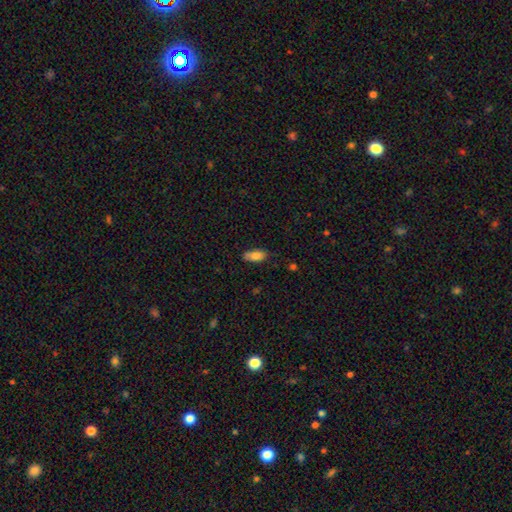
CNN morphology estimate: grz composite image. It shows a smooth galaxy with no disk features (83%) that is in between round and cigar-shaped (85%). Merging: none (74%).